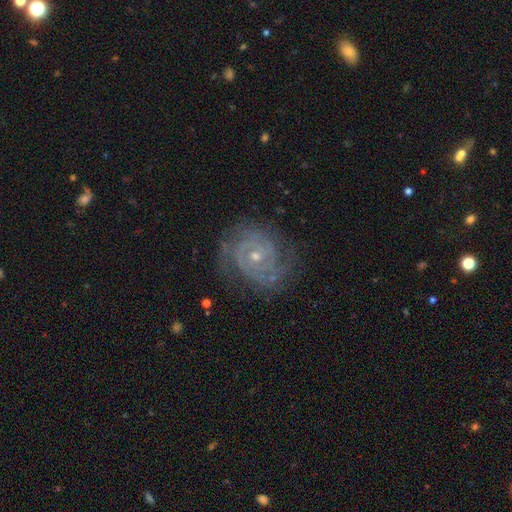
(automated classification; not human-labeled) This appears to be a featured or disk galaxy (88%) with no bar (71%), 2 (50%) tight (72%) spiral arms (97%) and a small central bulge (63%). Merging: none (74%).